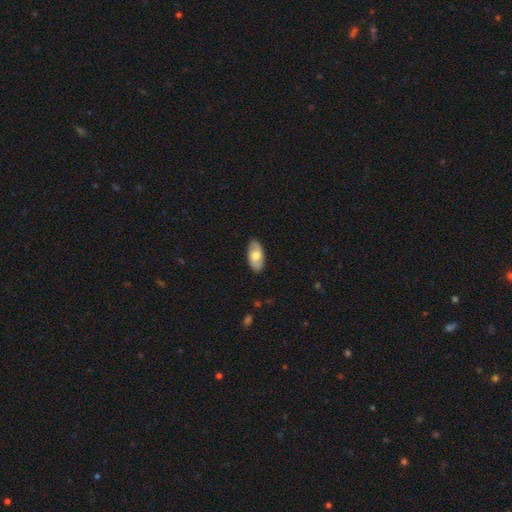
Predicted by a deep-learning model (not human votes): Smooth or featured?
  - smooth: 63% *
  - featured or disk: 31%
  - star or artifact: 5%
How rounded?
  - in between: 94% *
  - cigar-shaped: 4%
  - round: 3%
Merging?
  - none: 88% *
  - minor disturbance: 9%
  - major disturbance: 2%
  - merger: 1%